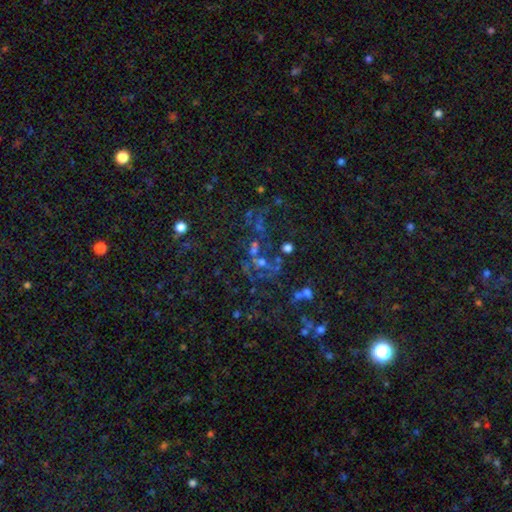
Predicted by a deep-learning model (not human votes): Q: Smooth or featured?
A: star or artifact (54%); runner-up: featured or disk (28%)